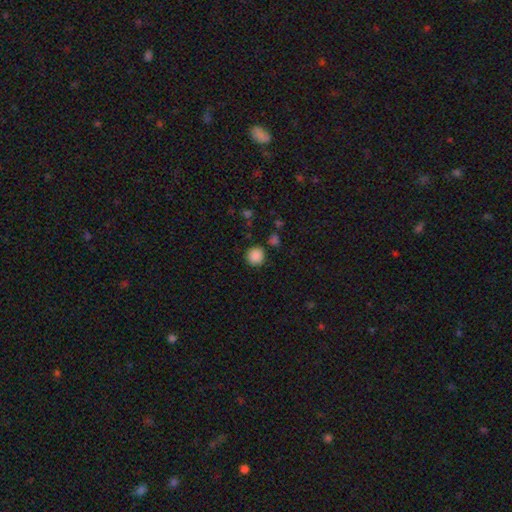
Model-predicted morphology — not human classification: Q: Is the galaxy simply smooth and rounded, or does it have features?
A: smooth — 87%.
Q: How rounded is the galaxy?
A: round — 93%.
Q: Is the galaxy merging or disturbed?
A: none — 86%.